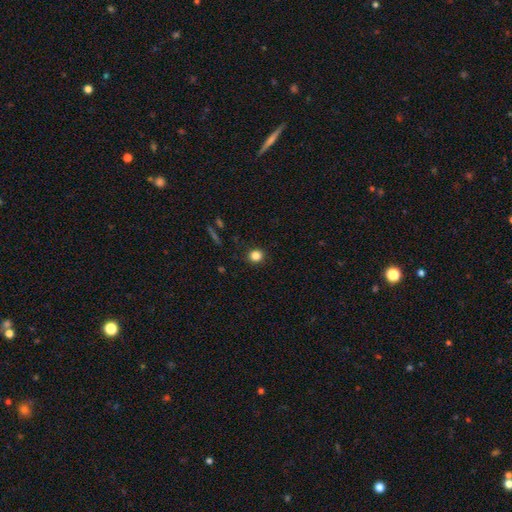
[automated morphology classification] A smooth galaxy with no disk features (84%) that is round (88%). Merging: none (90%).